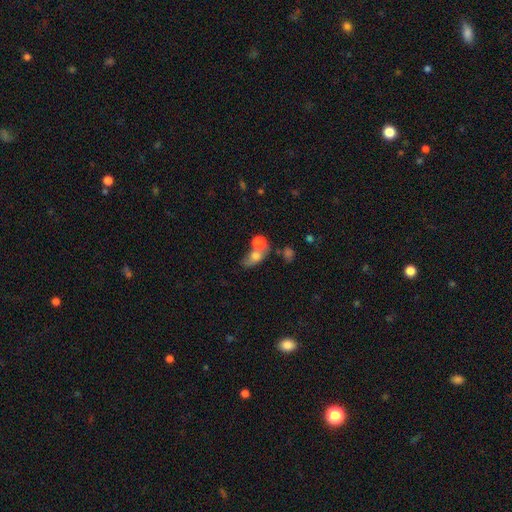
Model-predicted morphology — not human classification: Smooth or featured? smooth (69%)
How rounded? in between (63%)
Merging? merger (43%)